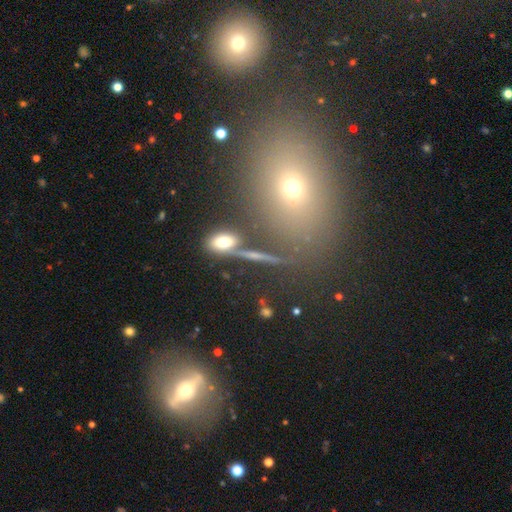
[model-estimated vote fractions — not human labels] Smooth or featured?
  - featured or disk: 41% *
  - smooth: 39%
  - star or artifact: 20%
Merging?
  - none: 70% *
  - merger: 13%
  - minor disturbance: 11%
  - major disturbance: 6%